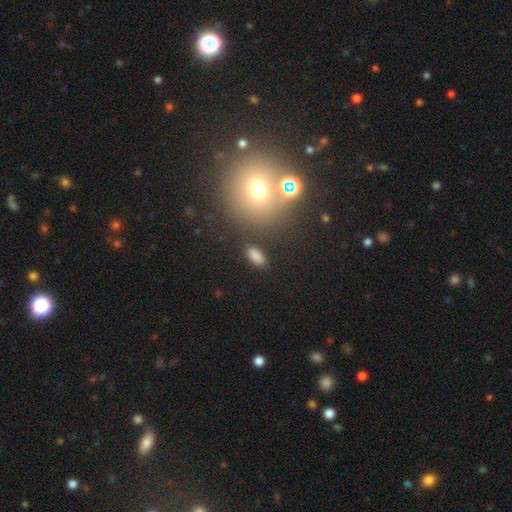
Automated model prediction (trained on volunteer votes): smooth-or-featured: smooth: 83% | star or artifact: 12% | featured or disk: 5%
  how-rounded: in between: 88% | cigar-shaped: 7% | round: 5%
  merging: none: 84% | minor disturbance: 10% | merger: 3% | major disturbance: 3%